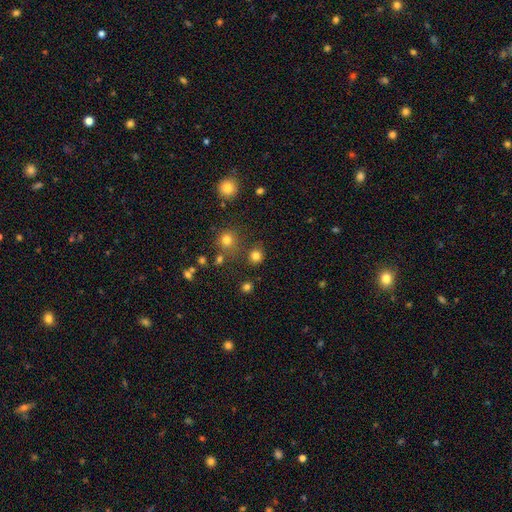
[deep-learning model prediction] A smooth galaxy with no disk features (80%) that is round (86%). Merging: none (80%).